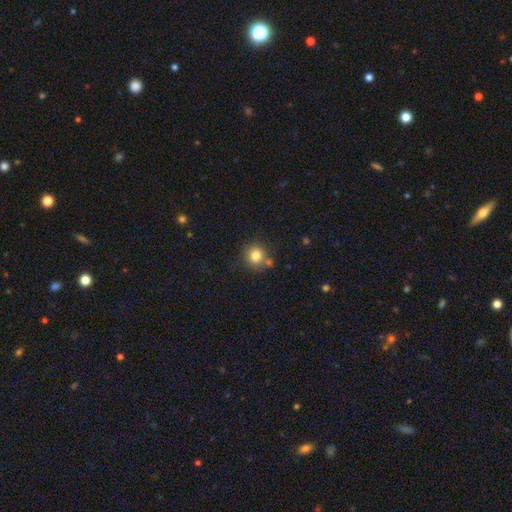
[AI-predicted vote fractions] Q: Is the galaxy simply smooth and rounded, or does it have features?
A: smooth — 81%.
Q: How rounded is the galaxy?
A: round — 89%.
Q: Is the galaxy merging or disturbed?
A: none — 70%.